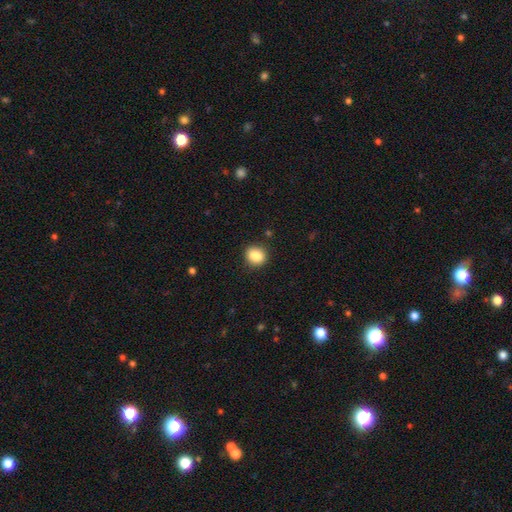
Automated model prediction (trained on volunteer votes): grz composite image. It shows a smooth galaxy with no disk features (85%) that is round (67%). Merging: none (79%).